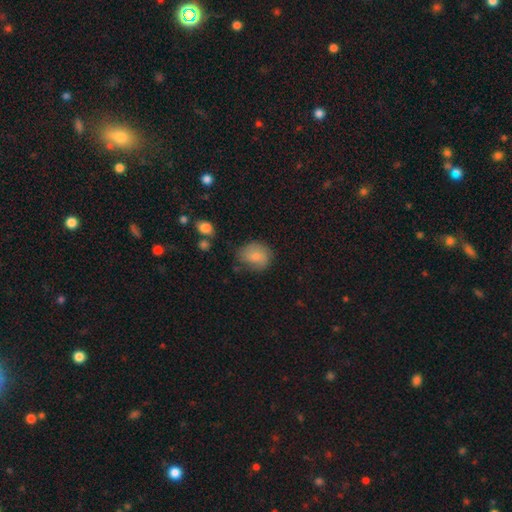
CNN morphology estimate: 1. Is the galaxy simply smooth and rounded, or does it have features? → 76% smooth, 16% featured or disk, 8% star or artifact.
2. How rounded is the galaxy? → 57% round, 41% in between, 1% cigar-shaped.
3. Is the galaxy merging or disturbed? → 63% none, 26% minor disturbance, 8% major disturbance, 3% merger.